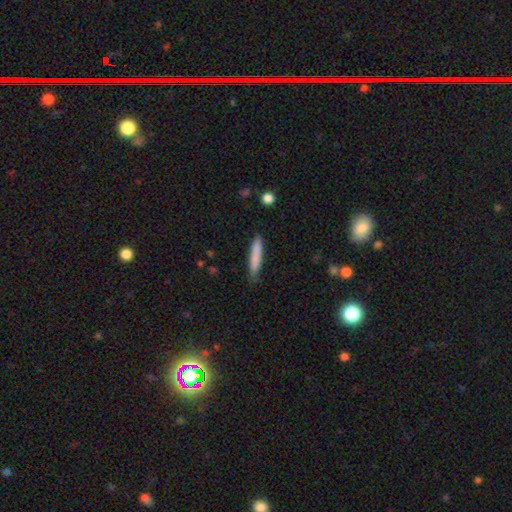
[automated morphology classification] Smooth or featured? smooth (82%)
How rounded? cigar-shaped (90%)
Merging? none (78%)